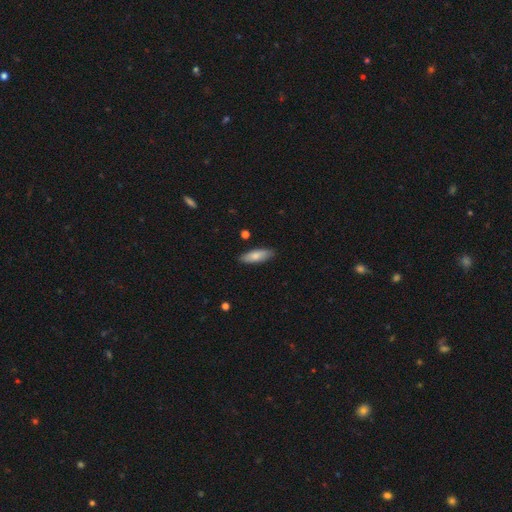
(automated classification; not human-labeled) Overall: smooth (79%). How rounded: in between (55%; cigar-shaped 44%). Merging: none (87%).